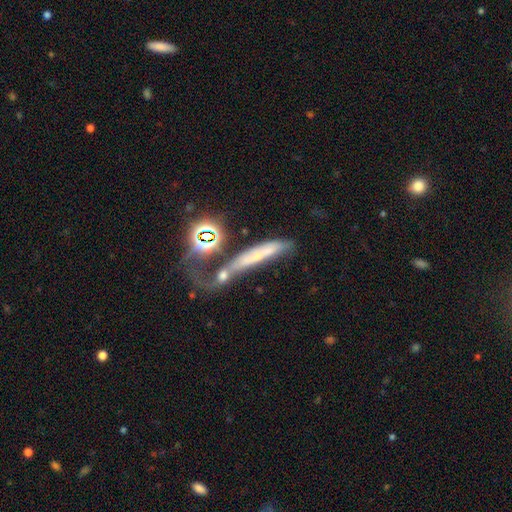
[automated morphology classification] Smooth or featured?
  - featured or disk: 41% *
  - smooth: 38%
  - star or artifact: 21%
Merging?
  - merger: 31% *
  - none: 30%
  - major disturbance: 24%
  - minor disturbance: 15%